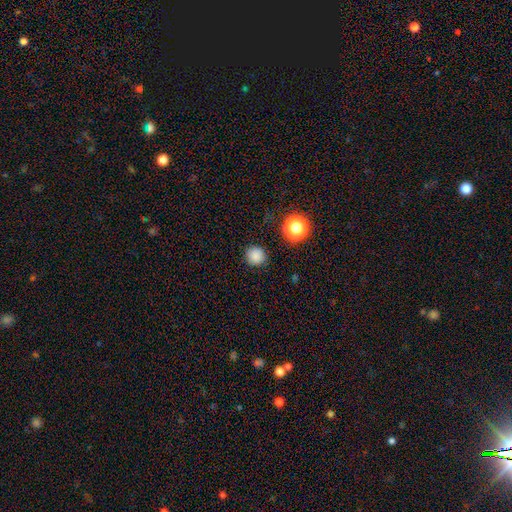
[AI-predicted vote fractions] smooth 83%, star or artifact 14%, featured or disk 4%. Down the decision tree: how rounded — round (92%); merging — none (87%).